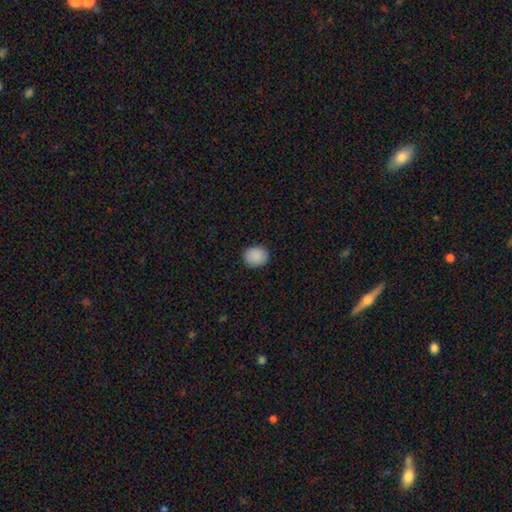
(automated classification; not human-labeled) Smooth or featured: smooth — 89% (star or artifact — 8%)
How rounded: round — 69% (in between — 30%)
Merging: none — 89% (minor disturbance — 8%)